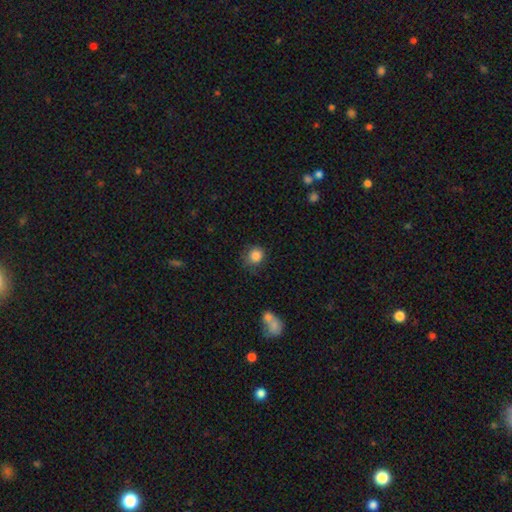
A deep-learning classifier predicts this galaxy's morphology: smooth-or-featured: smooth: 85% | star or artifact: 10% | featured or disk: 5%
  how-rounded: round: 83% | in between: 16% | cigar-shaped: 1%
  merging: none: 68% | minor disturbance: 22% | major disturbance: 7% | merger: 3%